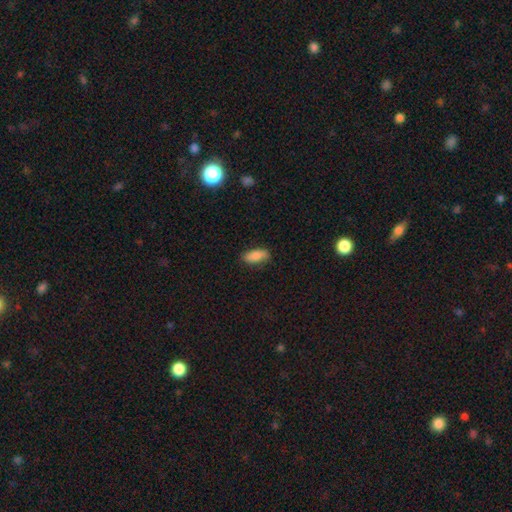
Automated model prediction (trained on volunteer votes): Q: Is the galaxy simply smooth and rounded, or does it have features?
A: smooth — 83%.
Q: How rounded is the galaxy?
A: in between — 84%.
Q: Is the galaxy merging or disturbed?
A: none — 81%.